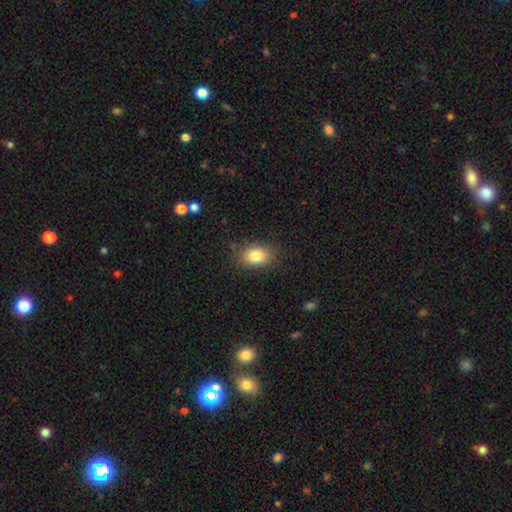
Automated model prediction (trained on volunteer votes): Q: Smooth or featured?
A: smooth (83%); runner-up: star or artifact (9%)
Q: How rounded?
A: in between (76%); runner-up: round (23%)
Q: Merging?
A: none (82%); runner-up: minor disturbance (13%)